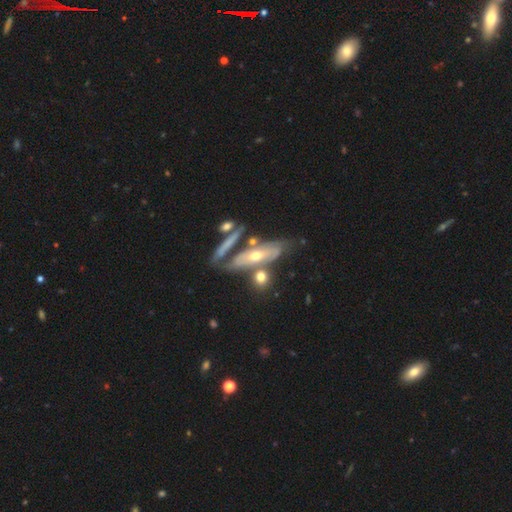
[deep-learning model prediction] smooth-or-featured: featured or disk: 65% | smooth: 28% | star or artifact: 7%
  disk-edge-on: no: 65% | yes: 35%
  merging: none: 52% | merger: 22% | minor disturbance: 18% | major disturbance: 8%